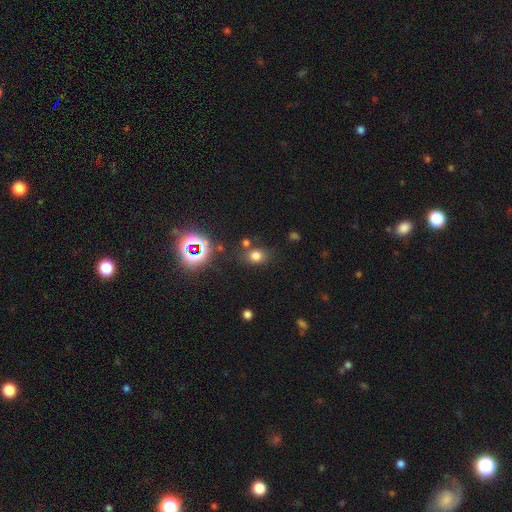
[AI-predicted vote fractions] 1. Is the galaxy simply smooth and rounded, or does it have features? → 69% smooth, 23% star or artifact, 8% featured or disk.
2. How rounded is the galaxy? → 56% round, 43% in between, 1% cigar-shaped.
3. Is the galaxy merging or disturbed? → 72% none, 13% minor disturbance, 10% merger, 5% major disturbance.